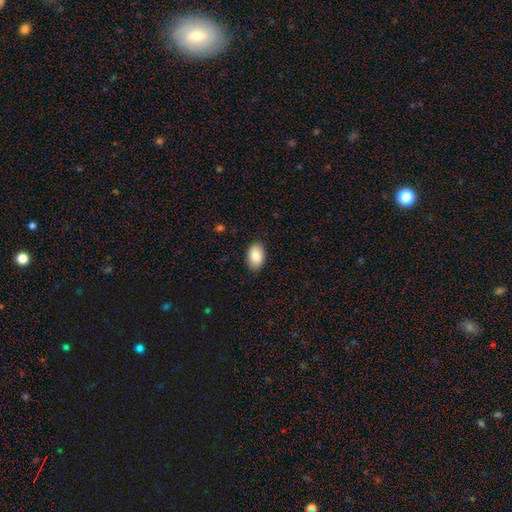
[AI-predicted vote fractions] A smooth galaxy with no disk features (87%) that is in between round and cigar-shaped (91%). Merging: none (88%).